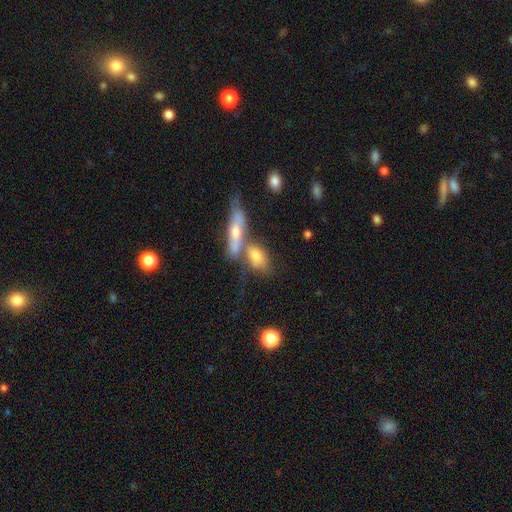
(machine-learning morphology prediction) type=smooth (63%); roundness=in between (73%); merging=merger (50%).